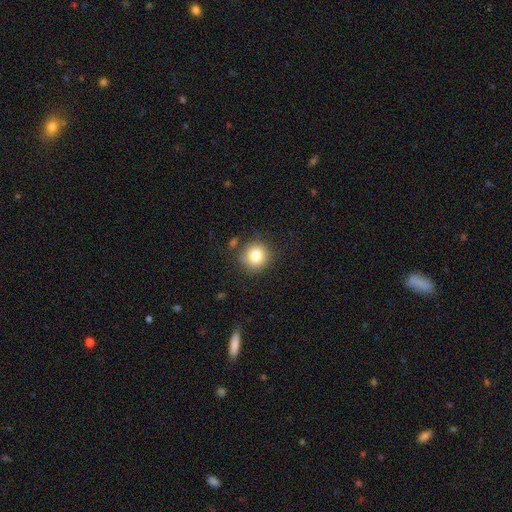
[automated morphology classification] Q: Smooth or featured?
A: smooth (81%); runner-up: star or artifact (11%)
Q: How rounded?
A: round (92%); runner-up: in between (7%)
Q: Merging?
A: none (83%); runner-up: minor disturbance (11%)